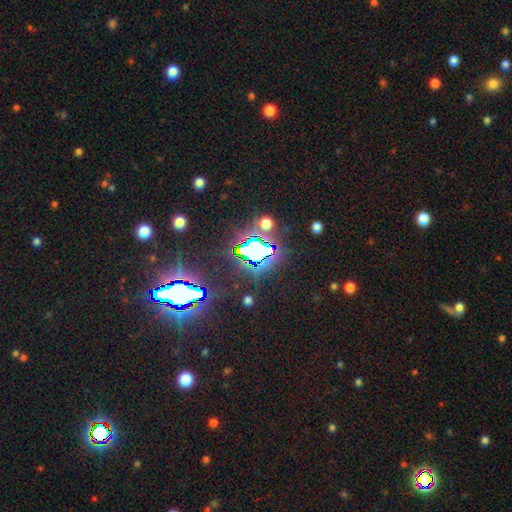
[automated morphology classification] Smooth or featured? star or artifact (82%)